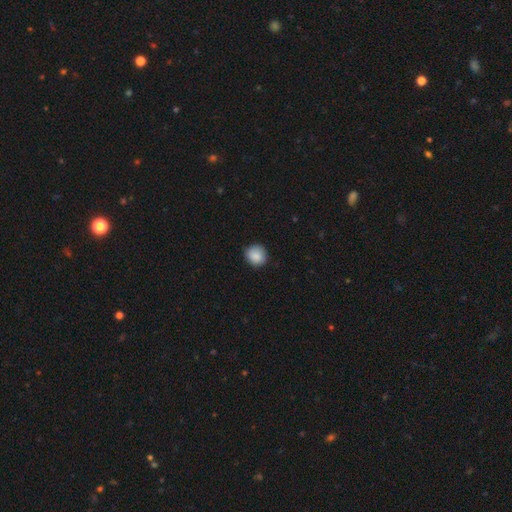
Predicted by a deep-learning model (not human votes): A smooth galaxy with no disk features (88%) that is round (90%).

Vote fractions:
- Smooth or featured? smooth: 88% / star or artifact: 8% / featured or disk: 4%
- How rounded? round: 90% / in between: 9% / cigar-shaped: 1%
- Merging? none: 87% / minor disturbance: 10% / major disturbance: 2% / merger: 1%